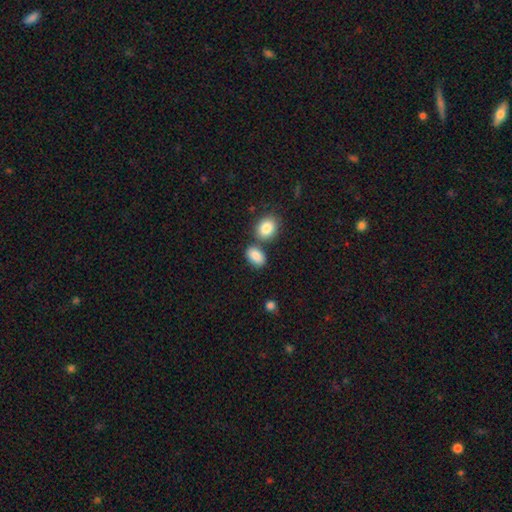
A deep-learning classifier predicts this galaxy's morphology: Smooth or featured? Predicted: smooth (p=0.87). How rounded? Predicted: in between (p=0.84). Merging? Predicted: none (p=0.63).